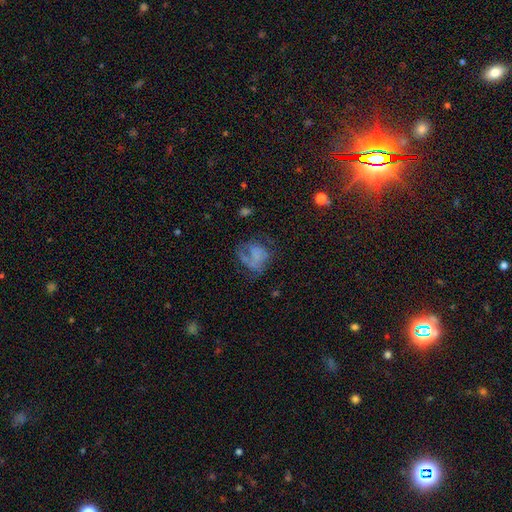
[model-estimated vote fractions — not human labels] Morphology: type=smooth (43%); merging=major disturbance (42%).